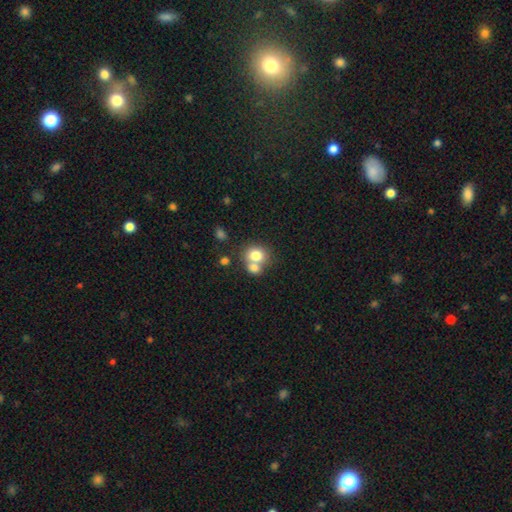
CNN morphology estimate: Overall: smooth (77%). How rounded: round (65%; in between 34%). Merging: merger (51%; none 38%).